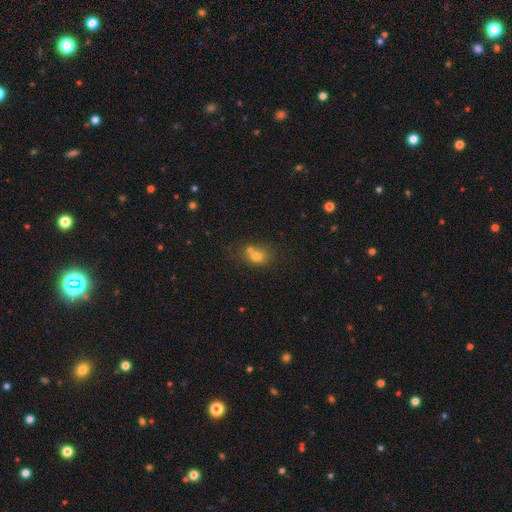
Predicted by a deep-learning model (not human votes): A smooth galaxy with no disk features (71%) that is in between round and cigar-shaped (50%).

Vote fractions:
- Smooth or featured? smooth: 71% / featured or disk: 15% / star or artifact: 14%
- How rounded? in between: 50% / round: 48% / cigar-shaped: 1%
- Merging? merger: 45% / none: 38% / minor disturbance: 12% / major disturbance: 5%